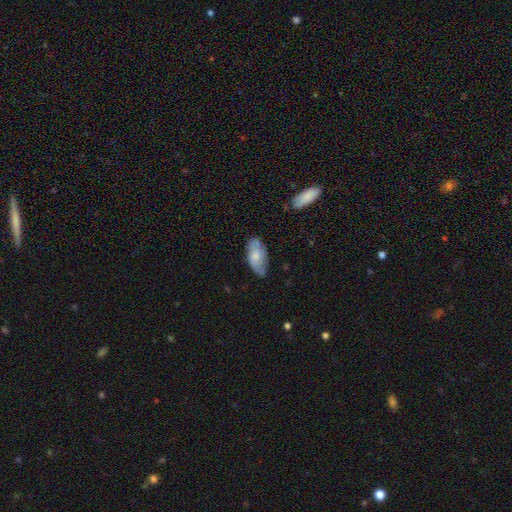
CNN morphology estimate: This appears to be a smooth galaxy with no disk features (59%) that is in between round and cigar-shaped (92%). Merging: none (61%).